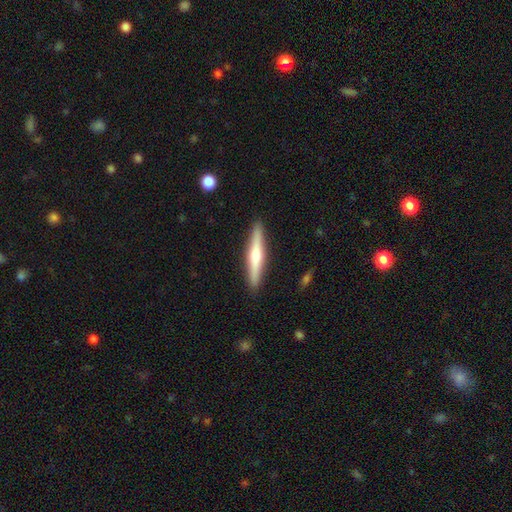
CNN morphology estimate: Q: Smooth or featured?
A: featured or disk (54%); runner-up: smooth (40%)
Q: Edge-on disk?
A: yes (97%); runner-up: no (3%)
Q: Edge-on bulge?
A: rounded (82%); runner-up: none (12%)
Q: Merging?
A: none (91%); runner-up: minor disturbance (7%)